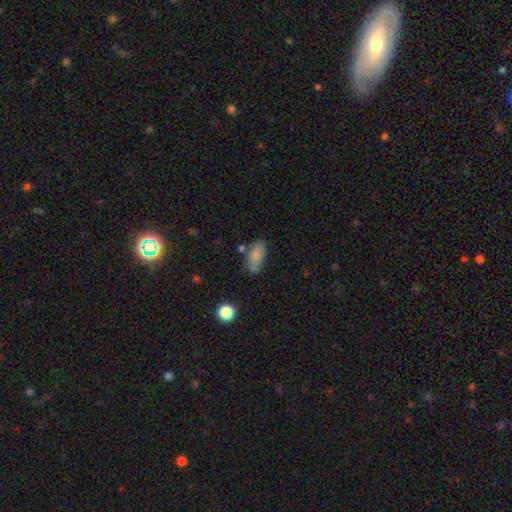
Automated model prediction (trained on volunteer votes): smooth_or_featured: smooth (p=0.83) [alt: featured or disk p=0.09]
how_rounded: in between (p=0.88) [alt: cigar-shaped p=0.09]
merging: none (p=0.62) [alt: minor disturbance p=0.23]